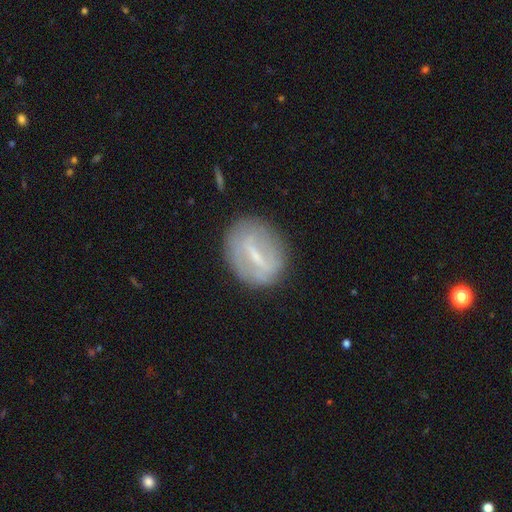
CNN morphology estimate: featured or disk 59%, smooth 33%, star or artifact 8%. Down the decision tree: edge-on disk — no (89%); bar — strong (62%); spiral arms — no (70%); bulge size — small (55%); merging — none (79%).